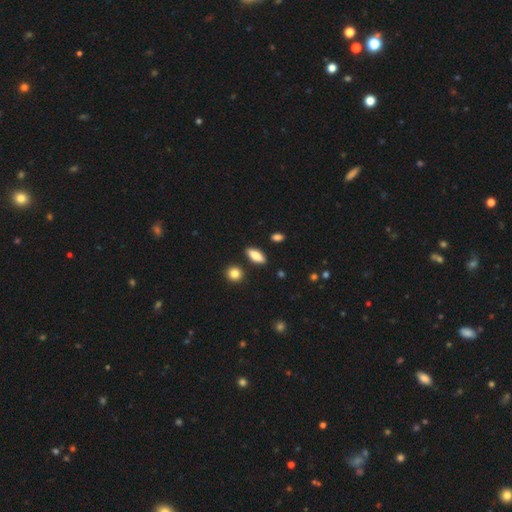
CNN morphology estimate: smooth_or_featured: smooth (p=0.76) [alt: featured or disk p=0.17]
how_rounded: in between (p=0.72) [alt: cigar-shaped p=0.23]
merging: none (p=0.88) [alt: minor disturbance p=0.08]